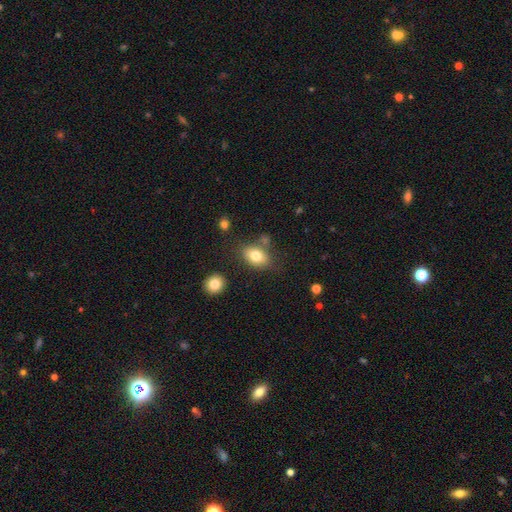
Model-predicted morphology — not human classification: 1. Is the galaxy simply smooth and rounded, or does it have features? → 79% smooth, 12% featured or disk, 9% star or artifact.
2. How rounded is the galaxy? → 83% in between, 16% round, 2% cigar-shaped.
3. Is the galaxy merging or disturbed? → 70% none, 15% minor disturbance, 9% merger, 5% major disturbance.